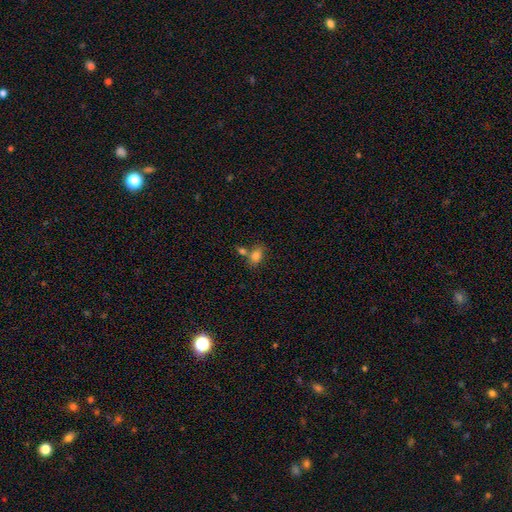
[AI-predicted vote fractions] This appears to be a smooth galaxy with no disk features (81%) that is in between round and cigar-shaped (79%). Merging: none (52%).